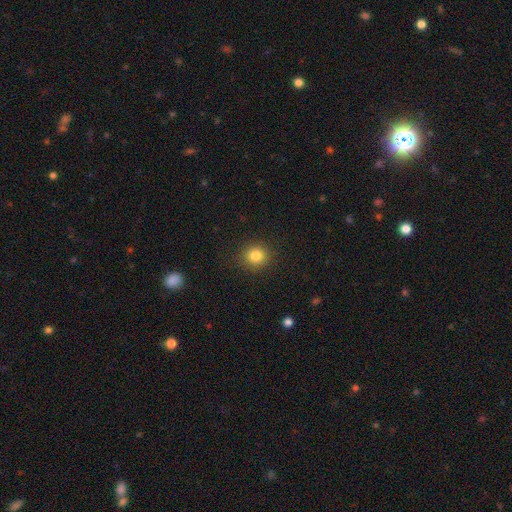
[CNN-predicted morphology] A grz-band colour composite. It shows a smooth galaxy with no disk features (82%) that is round (86%). Merging: none (89%).